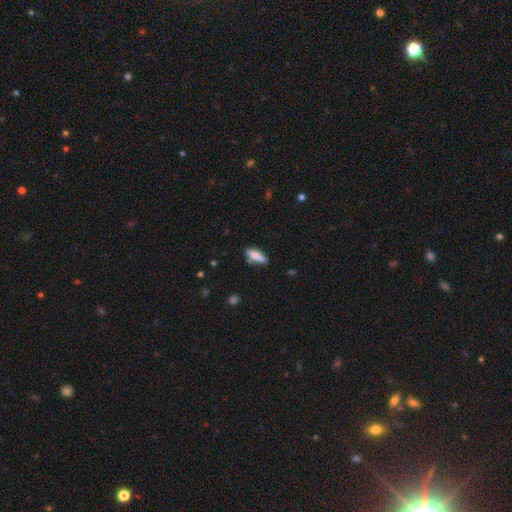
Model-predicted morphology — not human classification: Smooth or featured? Predicted: smooth (p=0.77). How rounded? Predicted: in between (p=0.51). Merging? Predicted: none (p=0.68).